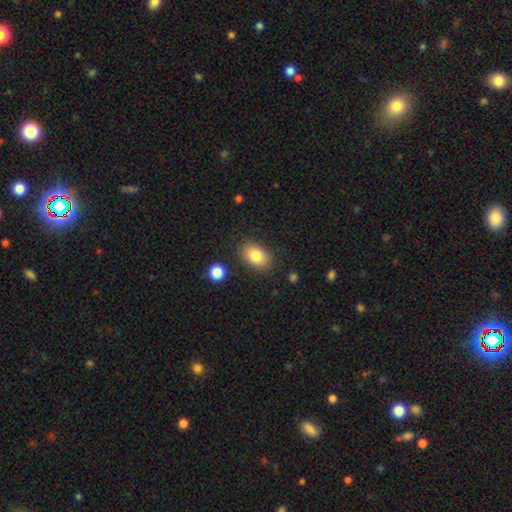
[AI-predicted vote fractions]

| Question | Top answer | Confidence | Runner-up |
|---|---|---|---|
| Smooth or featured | smooth | 83% | featured or disk (9%) |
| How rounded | in between | 83% | round (16%) |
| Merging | none | 84% | minor disturbance (10%) |